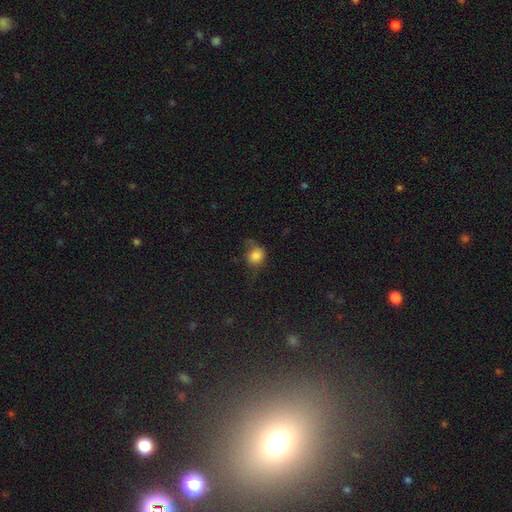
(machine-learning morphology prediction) Q: Smooth or featured?
A: smooth (79%); runner-up: star or artifact (11%)
Q: How rounded?
A: round (75%); runner-up: in between (24%)
Q: Merging?
A: none (47%); runner-up: minor disturbance (31%)